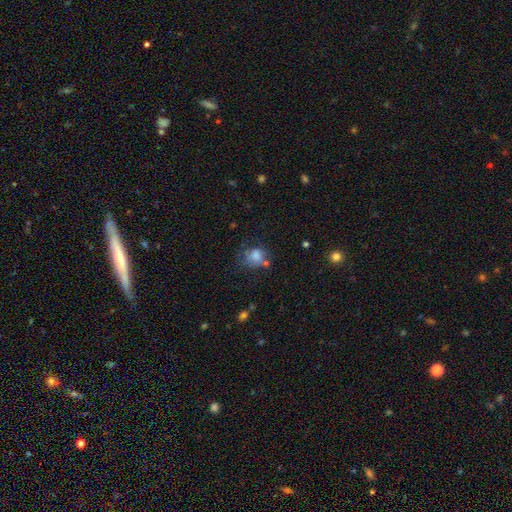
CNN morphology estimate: Q: Smooth or featured?
A: smooth (75%); runner-up: featured or disk (13%)
Q: How rounded?
A: round (70%); runner-up: in between (29%)
Q: Merging?
A: none (45%); runner-up: minor disturbance (26%)